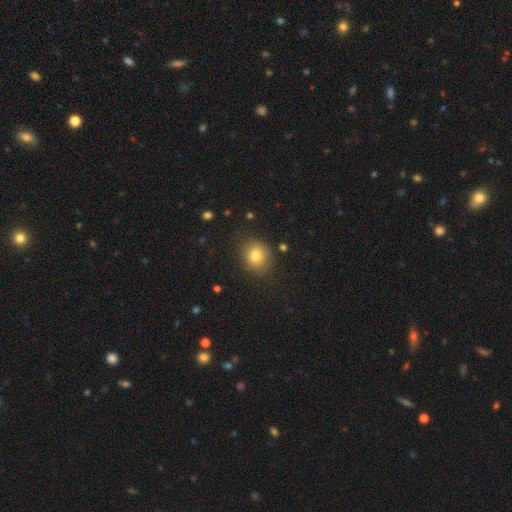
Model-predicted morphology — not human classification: Smooth or featured: smooth — 80% (star or artifact — 11%)
How rounded: round — 67% (in between — 32%)
Merging: none — 80% (minor disturbance — 14%)